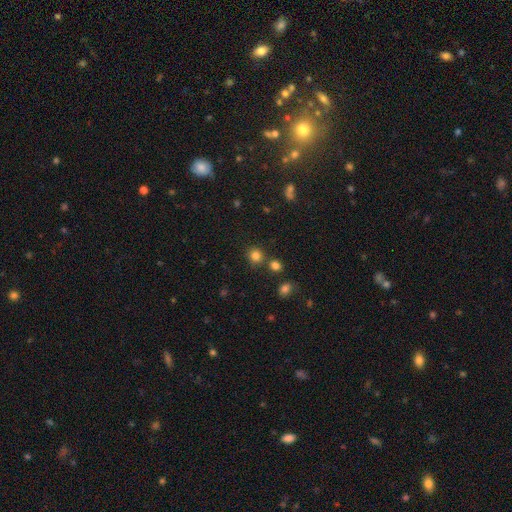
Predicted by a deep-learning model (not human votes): Morphology: type=smooth (82%); roundness=round (87%); merging=none (77%).